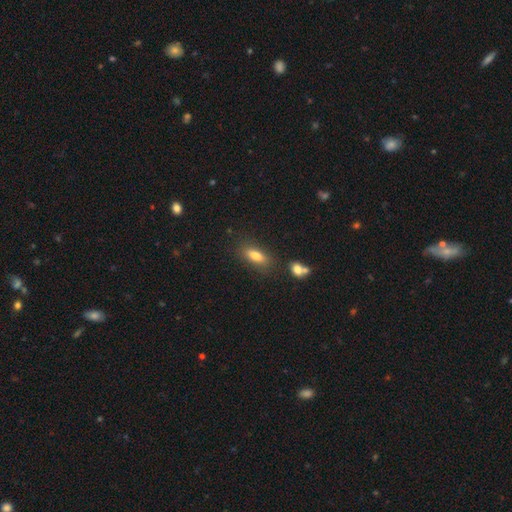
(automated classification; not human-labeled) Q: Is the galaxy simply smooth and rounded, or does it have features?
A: smooth — 76%.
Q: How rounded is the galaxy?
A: in between — 72%.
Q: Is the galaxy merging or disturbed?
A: none — 77%.